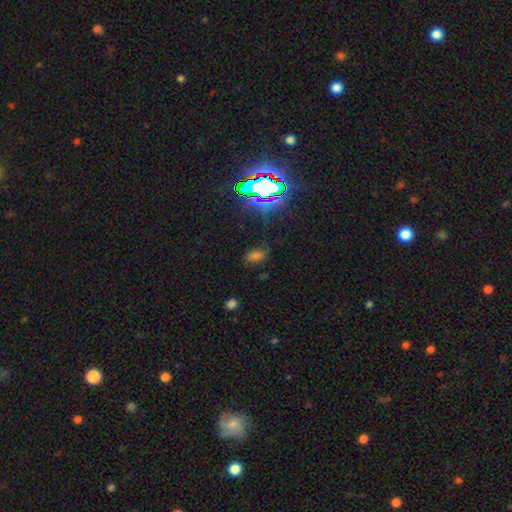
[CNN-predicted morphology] A smooth galaxy with no disk features (44%).

Vote fractions:
- Smooth or featured? smooth: 44% / star or artifact: 43% / featured or disk: 12%
- Merging? none: 73% / minor disturbance: 16% / major disturbance: 8% / merger: 3%